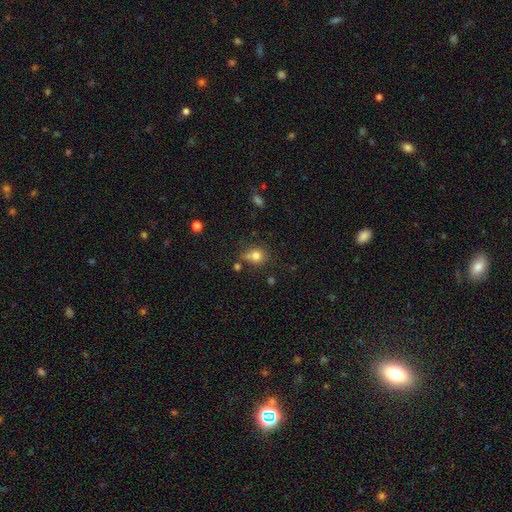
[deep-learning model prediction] A smooth galaxy with no disk features (78%) that is round (79%). Merging: none (57%).